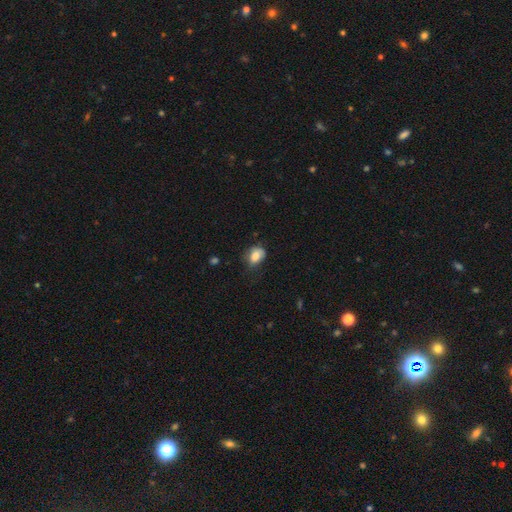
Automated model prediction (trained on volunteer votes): Smooth or featured? Predicted: smooth (p=0.82). How rounded? Predicted: in between (p=0.72). Merging? Predicted: none (p=0.49).